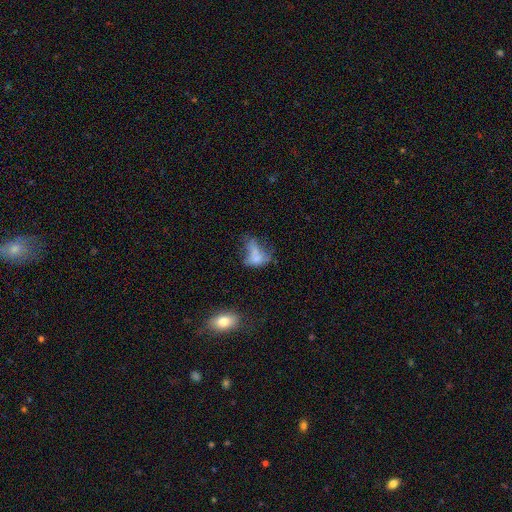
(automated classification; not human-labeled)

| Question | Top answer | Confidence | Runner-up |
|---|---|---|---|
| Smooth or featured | smooth | 56% | featured or disk (29%) |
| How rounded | in between | 81% | round (12%) |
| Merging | major disturbance | 35% | none (25%) |